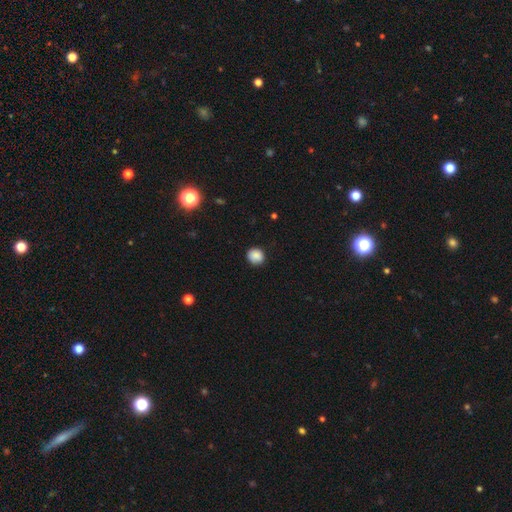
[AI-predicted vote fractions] A smooth galaxy with no disk features (87%) that is round (86%).

Vote fractions:
- Smooth or featured? smooth: 87% / star or artifact: 9% / featured or disk: 4%
- How rounded? round: 86% / in between: 14% / cigar-shaped: 1%
- Merging? none: 87% / minor disturbance: 9% / major disturbance: 2% / merger: 1%